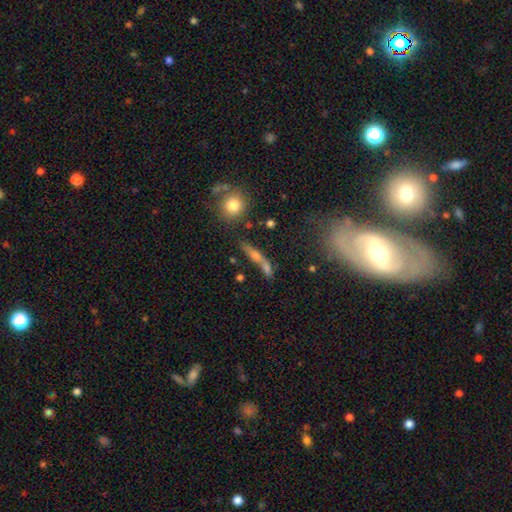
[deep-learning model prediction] smooth-or-featured: featured or disk: 43% (tied) | smooth: 43% (tied) | star or artifact: 14%
  merging: none: 52% | merger: 23% | minor disturbance: 15% | major disturbance: 9%